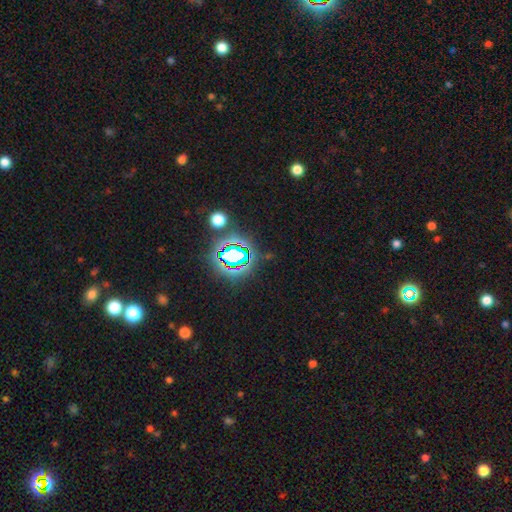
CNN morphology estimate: type=star or artifact (77%).